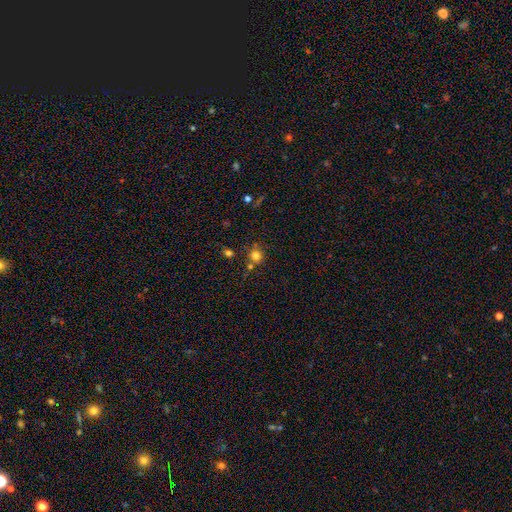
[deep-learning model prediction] Smooth or featured? Predicted: smooth (p=0.76). How rounded? Predicted: round (p=0.89). Merging? Predicted: none (p=0.70).